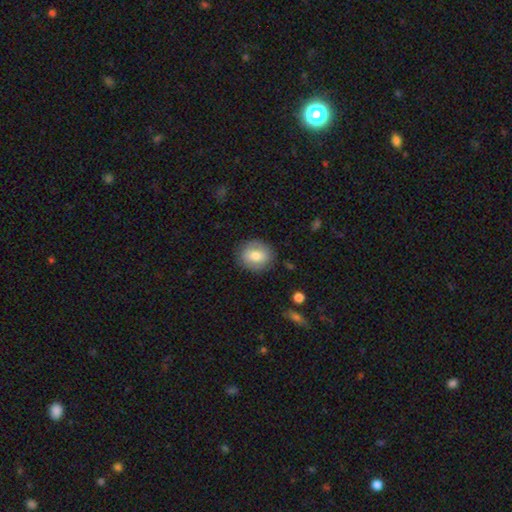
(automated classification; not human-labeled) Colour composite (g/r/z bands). It shows a smooth galaxy with no disk features (71%) that is round (74%). Merging: none (85%).